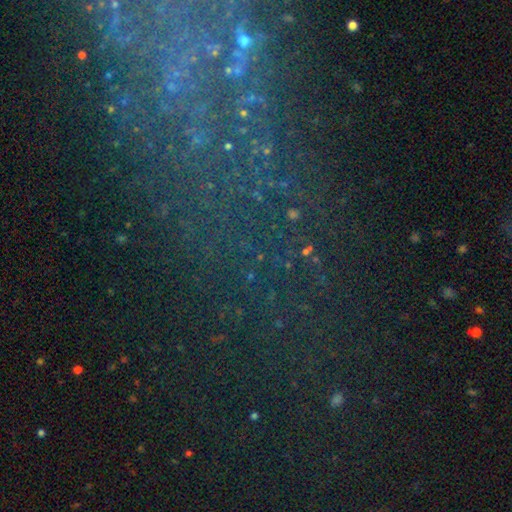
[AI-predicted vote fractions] smooth-or-featured: star or artifact: 60% | featured or disk: 24% | smooth: 16%